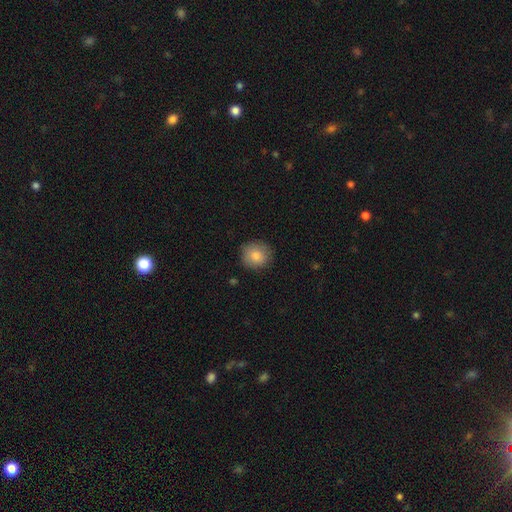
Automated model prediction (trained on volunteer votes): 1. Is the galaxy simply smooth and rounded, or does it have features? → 83% smooth, 9% featured or disk, 8% star or artifact.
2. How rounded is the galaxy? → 90% round, 9% in between, 1% cigar-shaped.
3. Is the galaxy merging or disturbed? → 85% none, 12% minor disturbance, 2% major disturbance, 1% merger.